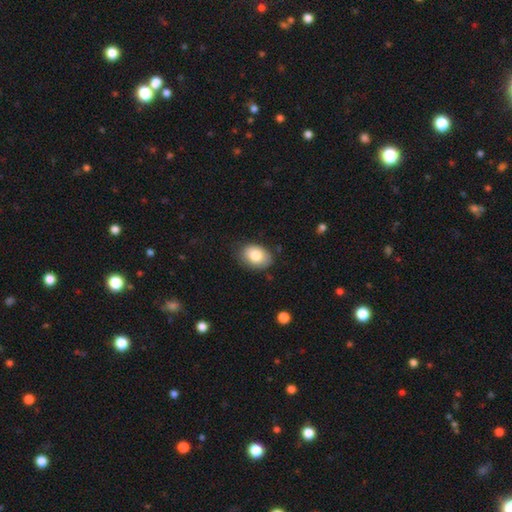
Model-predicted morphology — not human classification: Smooth or featured?
  - smooth: 81% *
  - featured or disk: 12%
  - star or artifact: 7%
How rounded?
  - in between: 81% *
  - round: 18%
  - cigar-shaped: 1%
Merging?
  - none: 81% *
  - minor disturbance: 15%
  - major disturbance: 3%
  - merger: 1%